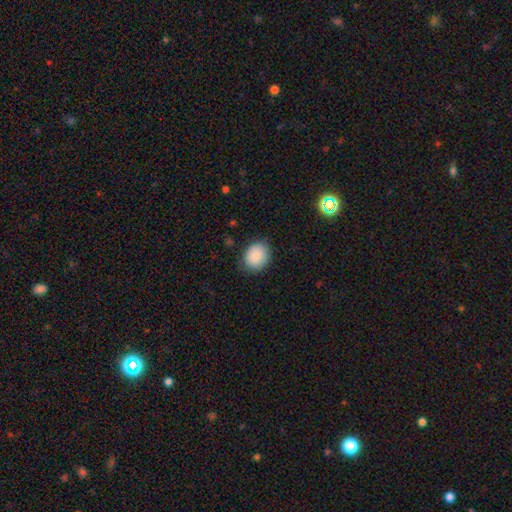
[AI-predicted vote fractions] smooth_or_featured: smooth (p=0.86) [alt: star or artifact p=0.08]
how_rounded: round (p=0.62) [alt: in between p=0.37]
merging: none (p=0.80) [alt: minor disturbance p=0.16]